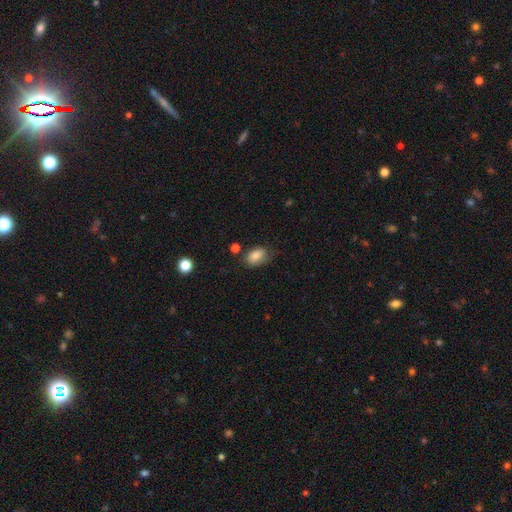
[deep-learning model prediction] smooth_or_featured: smooth (p=0.84) [alt: star or artifact p=0.08]
how_rounded: in between (p=0.88) [alt: round p=0.11]
merging: none (p=0.61) [alt: minor disturbance p=0.27]